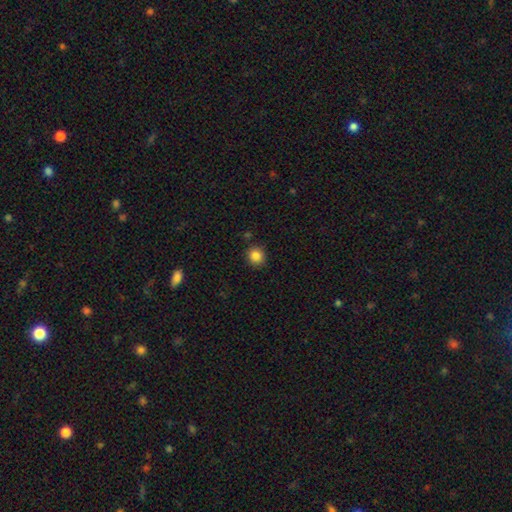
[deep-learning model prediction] The model was most divided on "smooth or featured": smooth: 85%, star or artifact: 11%, featured or disk: 4%. More confident: merging — none (89%); how rounded — round (89%).